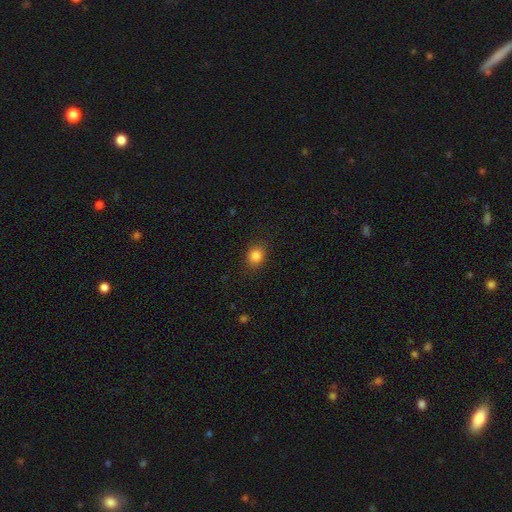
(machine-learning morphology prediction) Smooth or featured? smooth (85%)
How rounded? round (62%)
Merging? none (86%)